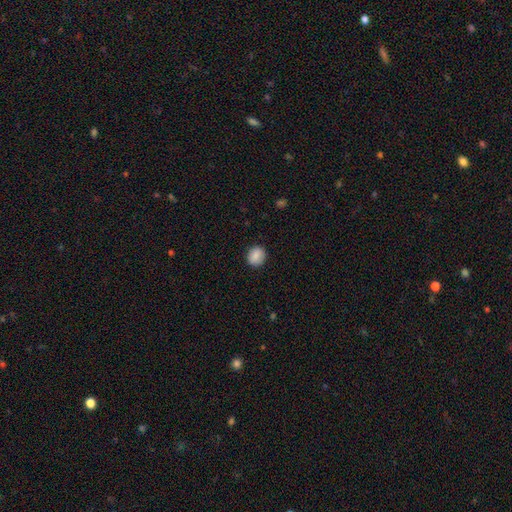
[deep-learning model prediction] Smooth or featured?
  - smooth: 86% *
  - star or artifact: 8%
  - featured or disk: 6%
How rounded?
  - round: 79% *
  - in between: 20%
  - cigar-shaped: 1%
Merging?
  - none: 89% *
  - minor disturbance: 8%
  - major disturbance: 2%
  - merger: 1%